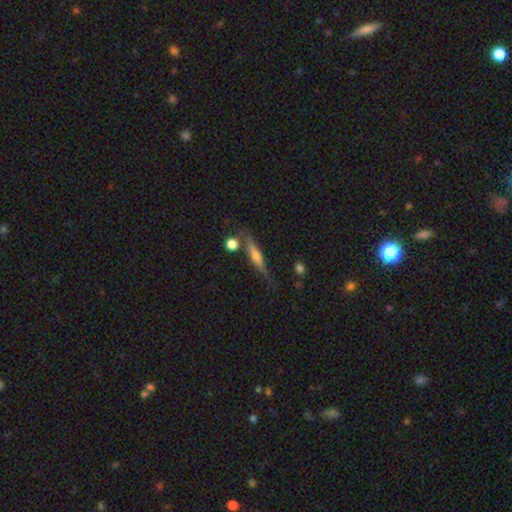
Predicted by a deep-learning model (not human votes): Smooth or featured: featured or disk — 53% (smooth — 39%)
Edge-on disk: yes — 93% (no — 7%)
Merging: none — 72% (minor disturbance — 16%)